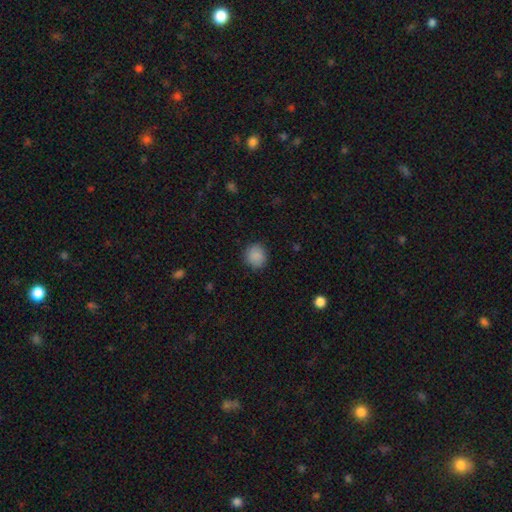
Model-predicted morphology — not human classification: Q: Smooth or featured?
A: smooth (88%); runner-up: star or artifact (9%)
Q: How rounded?
A: round (83%); runner-up: in between (16%)
Q: Merging?
A: none (87%); runner-up: minor disturbance (9%)